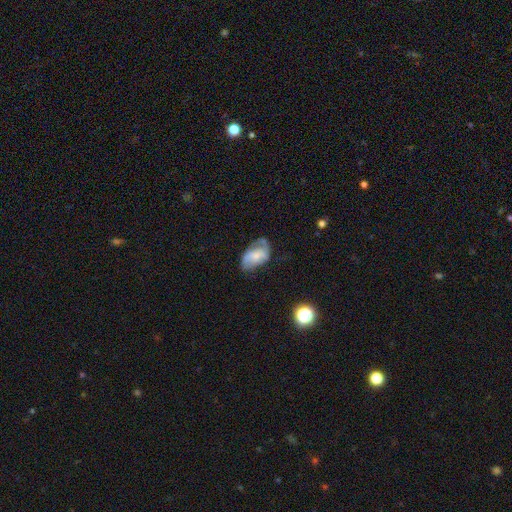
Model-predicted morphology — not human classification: featured or disk 48%, smooth 44%, star or artifact 8%. Down the decision tree: merging — none (38%).